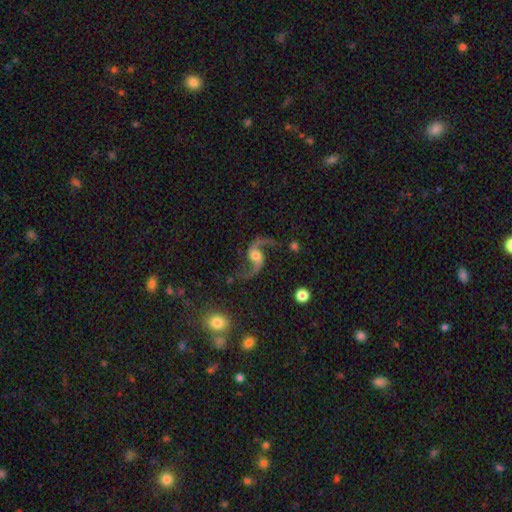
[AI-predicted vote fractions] Smooth or featured? Predicted: featured or disk (p=0.92). Edge-on disk? Predicted: no (p=0.97). Bar? Predicted: no (p=0.54). Spiral arms? Predicted: yes (p=0.98). Spiral winding? Predicted: loose (p=0.86). Spiral arm count? Predicted: 2 (p=0.95). Bulge size? Predicted: moderate (p=0.53). Merging? Predicted: none (p=0.78).